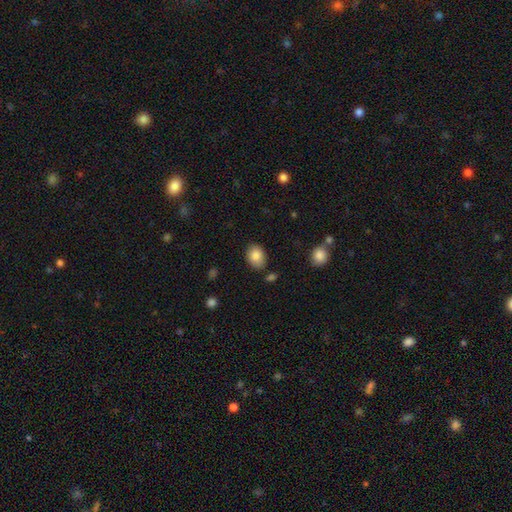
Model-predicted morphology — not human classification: A smooth galaxy with no disk features (86%) that is in between round and cigar-shaped (71%). Merging: none (81%).